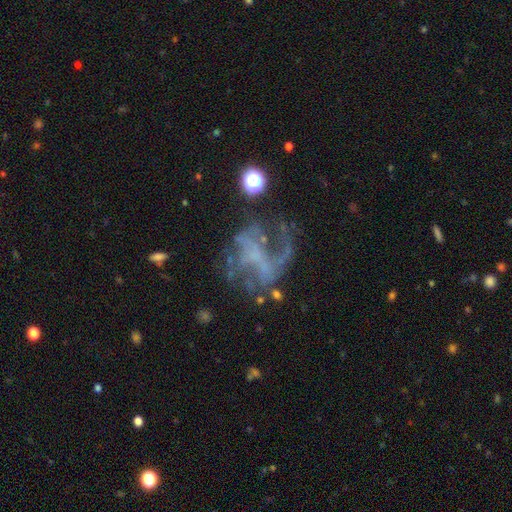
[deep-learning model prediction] smooth_or_featured: featured or disk (p=0.71) [alt: star or artifact p=0.17]
disk_edge_on: no (p=0.97) [alt: yes p=0.03]
bar: no (p=0.59) [alt: weak p=0.28]
has_spiral_arms: yes (p=0.65) [alt: no p=0.35]
bulge_size: none (p=0.69) [alt: small p=0.19]
merging: none (p=0.46) [alt: major disturbance p=0.33]